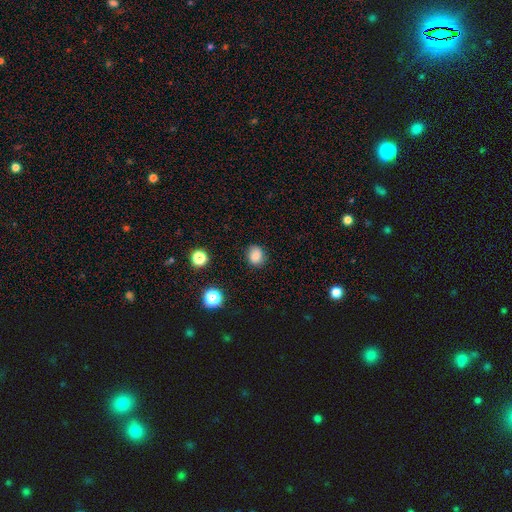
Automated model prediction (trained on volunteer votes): Smooth or featured? Predicted: smooth (p=0.81). How rounded? Predicted: round (p=0.68). Merging? Predicted: none (p=0.82).